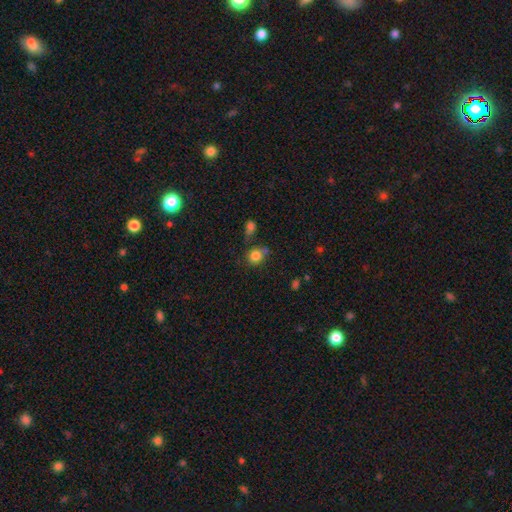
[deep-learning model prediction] This is clearly a smooth galaxy (82%). How rounded: likely round (74%). Merging: possibly none (58%).